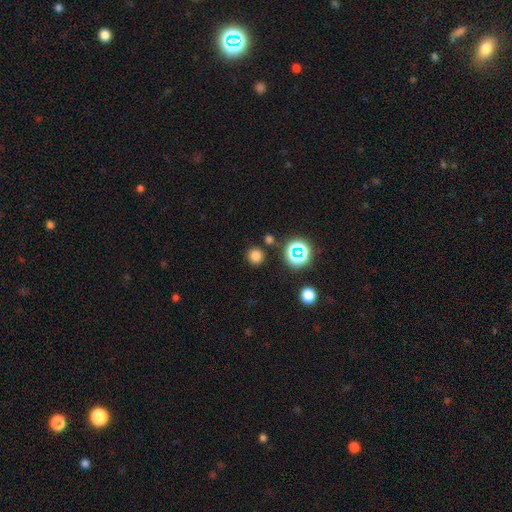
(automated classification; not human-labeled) The model was most divided on "smooth or featured": smooth: 74%, star or artifact: 21%, featured or disk: 5%. More confident: how rounded — round (93%); merging — none (86%).